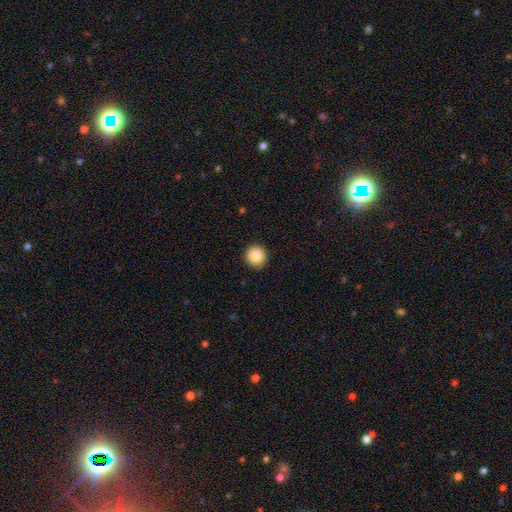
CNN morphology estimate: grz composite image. It shows a smooth galaxy with no disk features (85%) that is round (94%). Merging: none (92%).